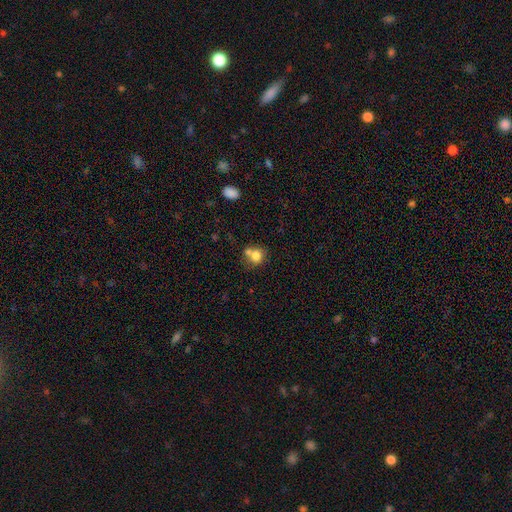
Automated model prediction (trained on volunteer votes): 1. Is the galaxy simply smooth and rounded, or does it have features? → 77% smooth, 13% featured or disk, 11% star or artifact.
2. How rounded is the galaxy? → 77% round, 22% in between, 1% cigar-shaped.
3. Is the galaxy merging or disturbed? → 44% none, 42% merger, 10% minor disturbance, 4% major disturbance.